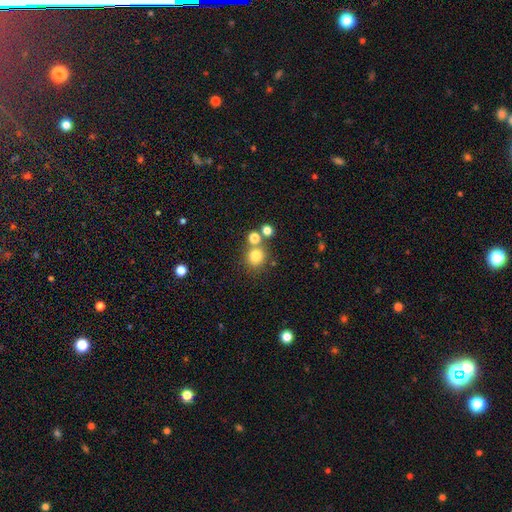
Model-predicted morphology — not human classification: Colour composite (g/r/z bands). It shows a smooth galaxy with no disk features (79%) that is round (86%). Merging: none (68%).